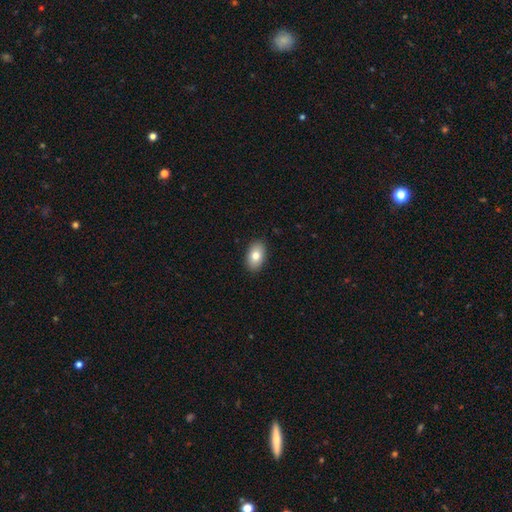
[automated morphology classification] Q: Smooth or featured?
A: smooth (80%); runner-up: featured or disk (12%)
Q: How rounded?
A: in between (91%); runner-up: round (7%)
Q: Merging?
A: none (90%); runner-up: minor disturbance (8%)